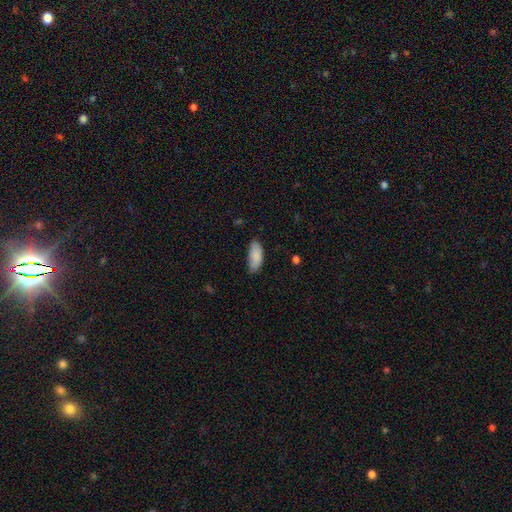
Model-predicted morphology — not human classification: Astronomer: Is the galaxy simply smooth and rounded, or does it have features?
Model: smooth — 87%.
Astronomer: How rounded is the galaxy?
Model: in between — 86%.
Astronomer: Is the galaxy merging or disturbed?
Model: none — 69%.